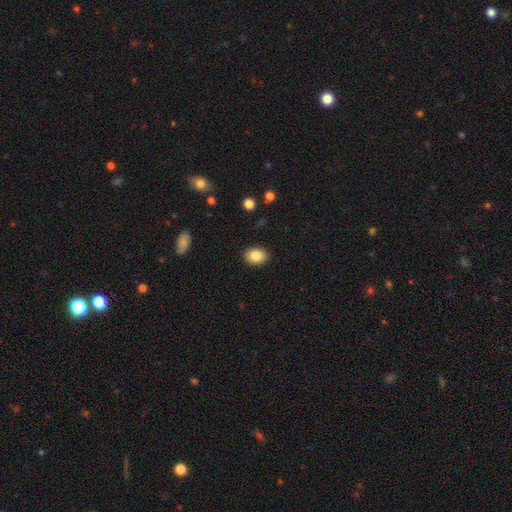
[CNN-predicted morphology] smooth_or_featured: smooth (p=0.86) [alt: star or artifact p=0.08]
how_rounded: in between (p=0.68) [alt: round p=0.31]
merging: none (p=0.89) [alt: minor disturbance p=0.08]